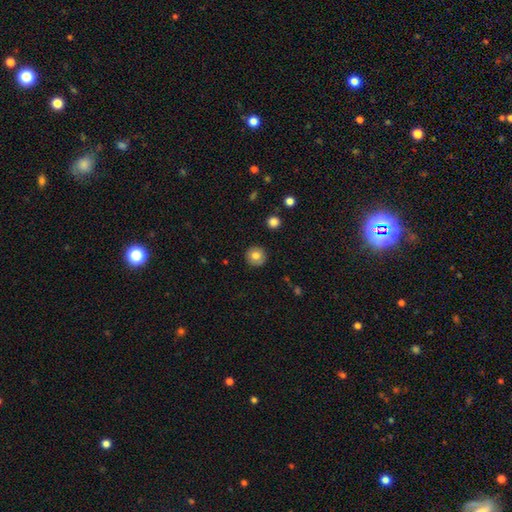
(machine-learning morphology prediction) Smooth or featured: smooth — 80% (featured or disk — 11%)
How rounded: round — 94% (in between — 5%)
Merging: none — 91% (minor disturbance — 6%)